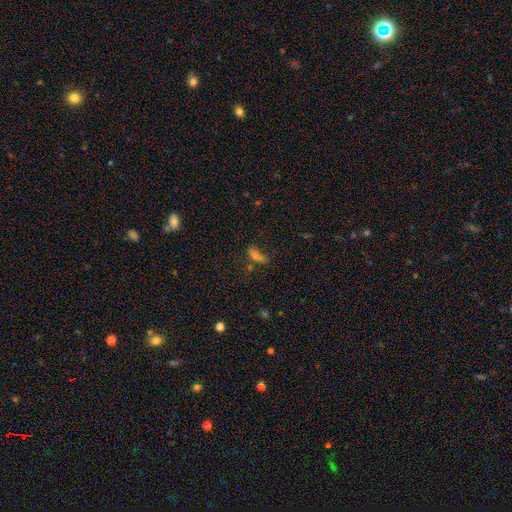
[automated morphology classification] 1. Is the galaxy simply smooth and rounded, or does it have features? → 58% smooth, 25% star or artifact, 17% featured or disk.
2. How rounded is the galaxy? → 61% in between, 30% cigar-shaped, 9% round.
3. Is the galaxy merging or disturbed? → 49% none, 23% minor disturbance, 16% major disturbance, 12% merger.